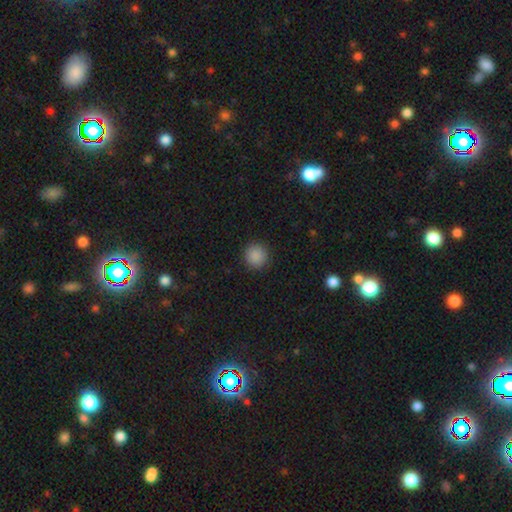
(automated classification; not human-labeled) Overall: smooth (88%). How rounded: round (94%). Merging: none (91%).